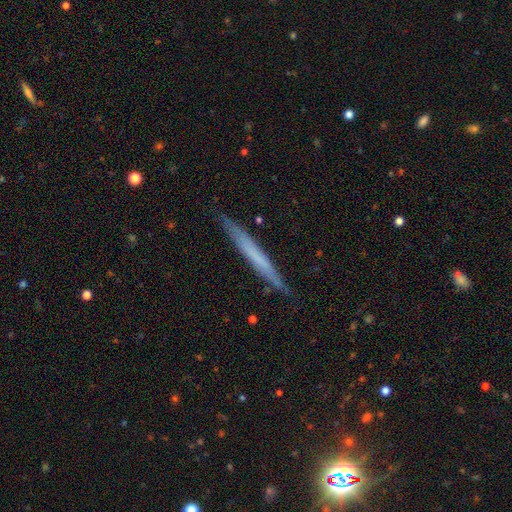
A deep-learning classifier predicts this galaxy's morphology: This appears to be a smooth galaxy with no disk features (50%). Merging: none (89%).